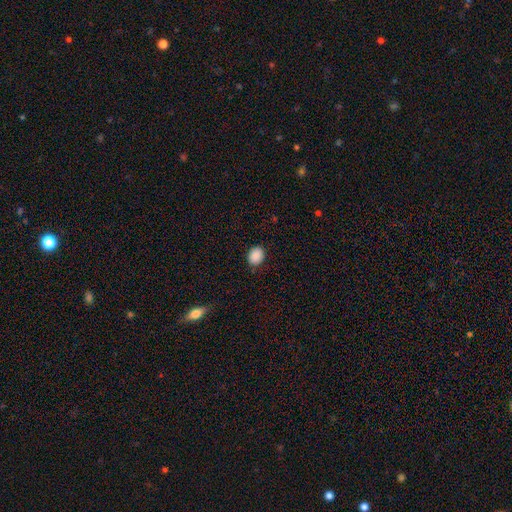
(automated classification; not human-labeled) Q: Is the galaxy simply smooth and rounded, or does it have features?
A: smooth — 89%.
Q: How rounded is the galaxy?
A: in between — 55%.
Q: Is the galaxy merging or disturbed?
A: none — 86%.